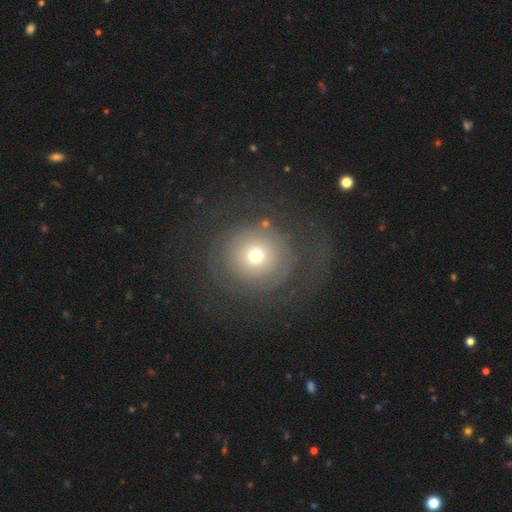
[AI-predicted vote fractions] A smooth galaxy with no disk features (52%) that is round (92%).

Vote fractions:
- Smooth or featured? smooth: 52% / featured or disk: 34% / star or artifact: 14%
- How rounded? round: 92% / in between: 7% / cigar-shaped: 1%
- Merging? none: 63% / major disturbance: 22% / minor disturbance: 13% / merger: 2%